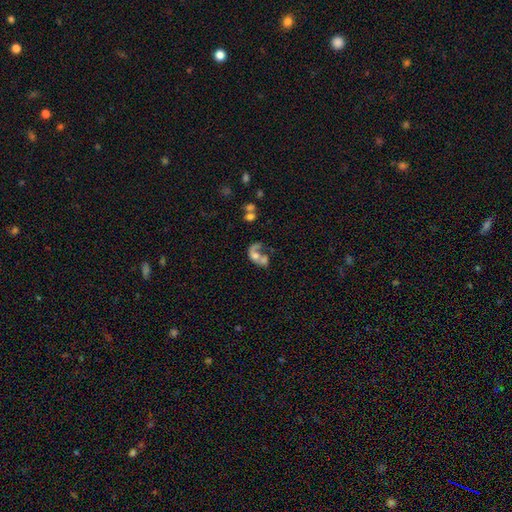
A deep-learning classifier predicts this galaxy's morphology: Overall: featured or disk (50%; smooth 39%). Edge-on disk: no (97%). Merging: merger (56%; major disturbance 21%).